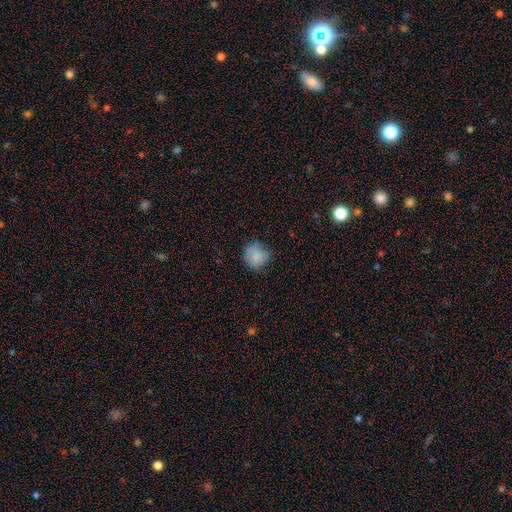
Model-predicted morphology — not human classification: Smooth or featured? Predicted: smooth (p=0.78). How rounded? Predicted: round (p=0.87). Merging? Predicted: none (p=0.69).